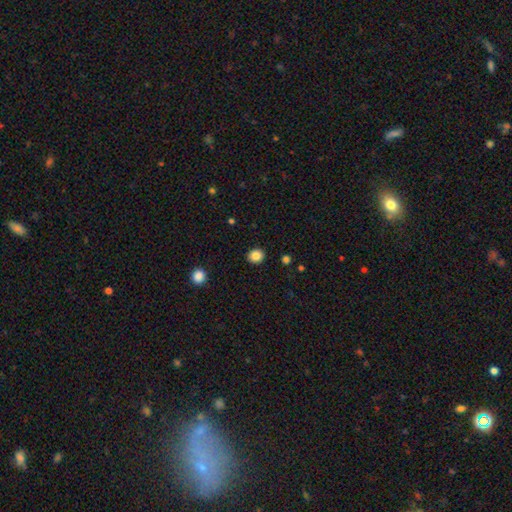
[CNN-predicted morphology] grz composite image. It shows a smooth galaxy with no disk features (86%) that is round (73%). Merging: none (91%).